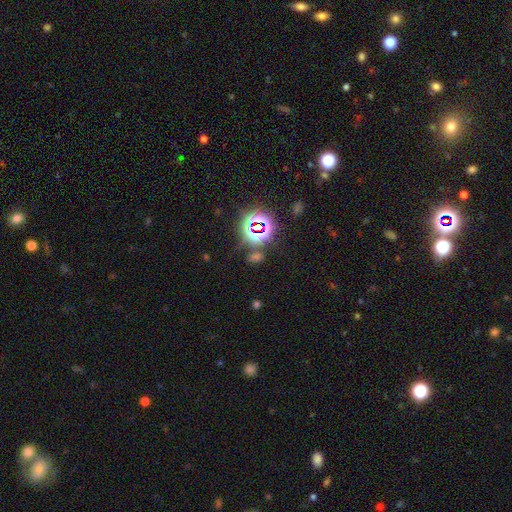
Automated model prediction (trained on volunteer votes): A star or artifact, not a galaxy (68%).

Vote fractions:
- Smooth or featured? star or artifact: 68% / smooth: 23% / featured or disk: 9%